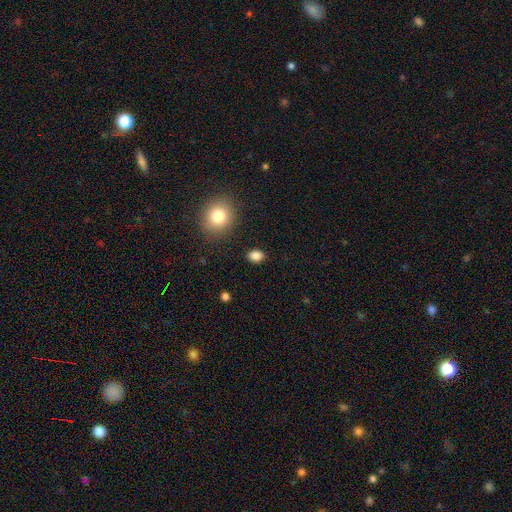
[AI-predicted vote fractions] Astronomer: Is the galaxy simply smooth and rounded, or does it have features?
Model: smooth — 86%.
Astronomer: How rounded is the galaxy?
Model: in between — 66%.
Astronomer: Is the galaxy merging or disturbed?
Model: none — 88%.